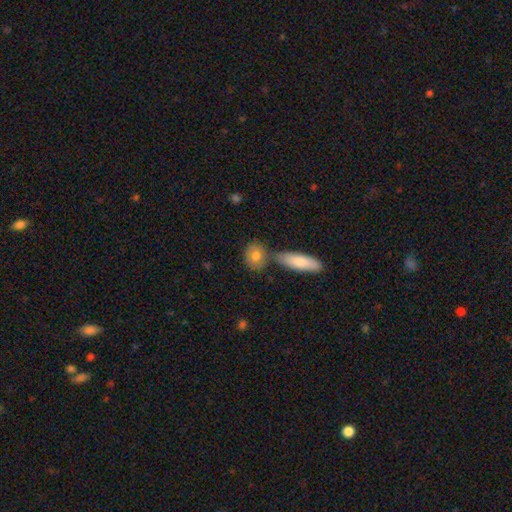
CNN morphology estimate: Overall: smooth (81%). How rounded: round (51%; in between 42%). Merging: none (64%).